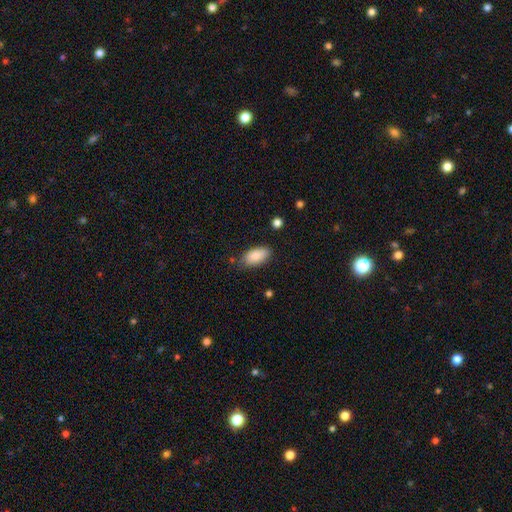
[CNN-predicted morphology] Q: Smooth or featured?
A: smooth (86%); runner-up: featured or disk (7%)
Q: How rounded?
A: in between (92%); runner-up: cigar-shaped (6%)
Q: Merging?
A: none (76%); runner-up: minor disturbance (18%)